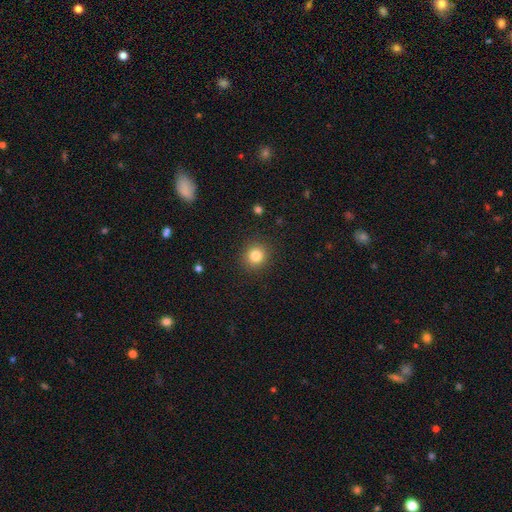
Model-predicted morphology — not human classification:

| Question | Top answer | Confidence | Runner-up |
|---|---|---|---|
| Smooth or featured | smooth | 83% | star or artifact (11%) |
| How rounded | round | 89% | in between (10%) |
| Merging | none | 90% | minor disturbance (6%) |